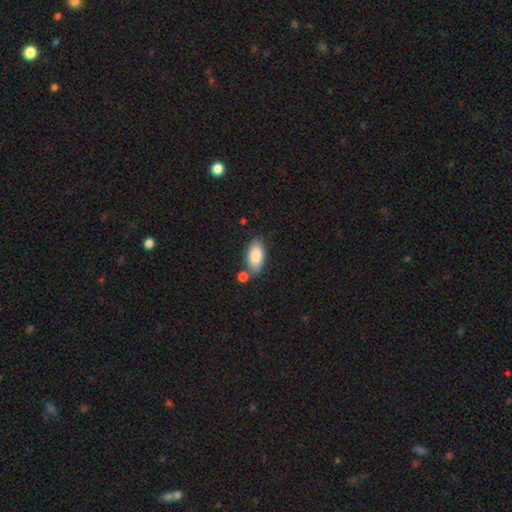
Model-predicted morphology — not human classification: type=smooth (84%); roundness=in between (92%); merging=none (68%).